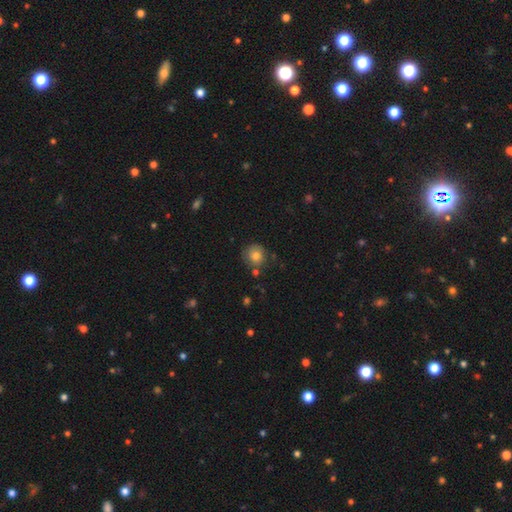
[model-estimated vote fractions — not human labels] Morphology: type=smooth (76%); roundness=round (87%); merging=none (70%).